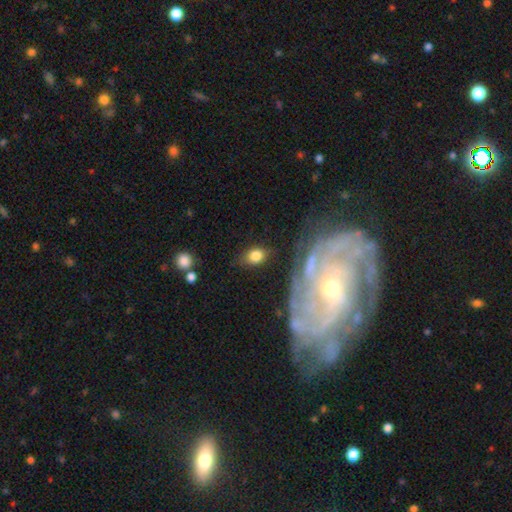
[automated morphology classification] smooth 77%, featured or disk 15%, star or artifact 8%. Down the decision tree: how rounded — in between (66%); merging — none (75%).